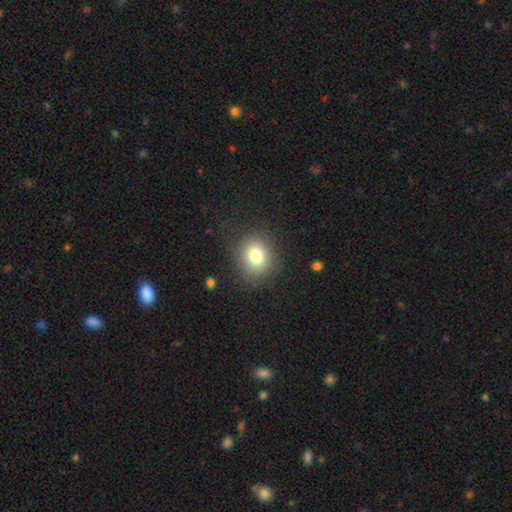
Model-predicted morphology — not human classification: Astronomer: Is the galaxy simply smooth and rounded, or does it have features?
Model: smooth — 79%.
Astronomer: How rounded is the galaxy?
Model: round — 71%.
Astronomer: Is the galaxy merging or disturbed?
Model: none — 82%.